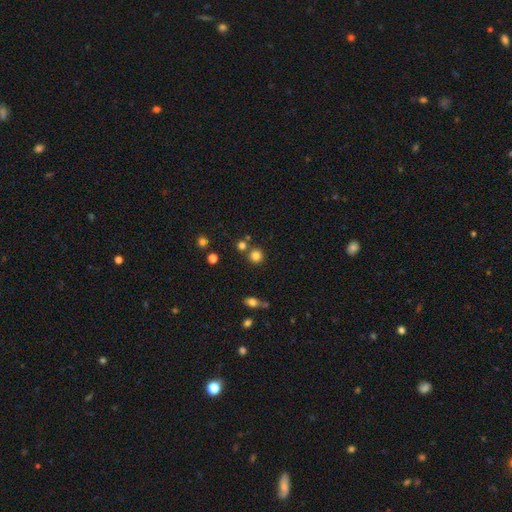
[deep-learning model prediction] A smooth galaxy with no disk features (80%) that is round (92%). Merging: none (76%).